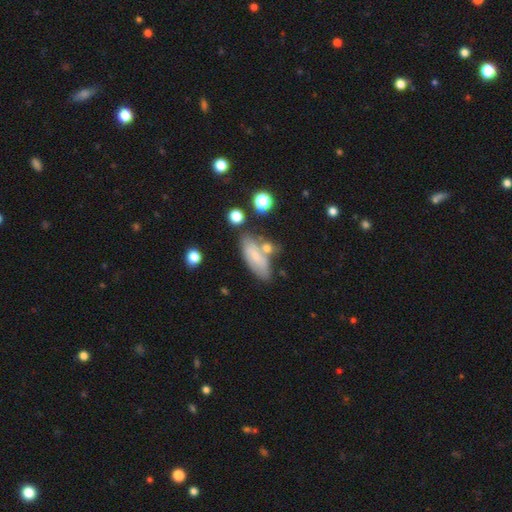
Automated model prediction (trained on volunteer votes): smooth-or-featured: smooth: 64% | featured or disk: 27% | star or artifact: 9%
  how-rounded: in between: 74% | cigar-shaped: 22% | round: 3%
  merging: none: 54% | minor disturbance: 20% | merger: 18% | major disturbance: 8%